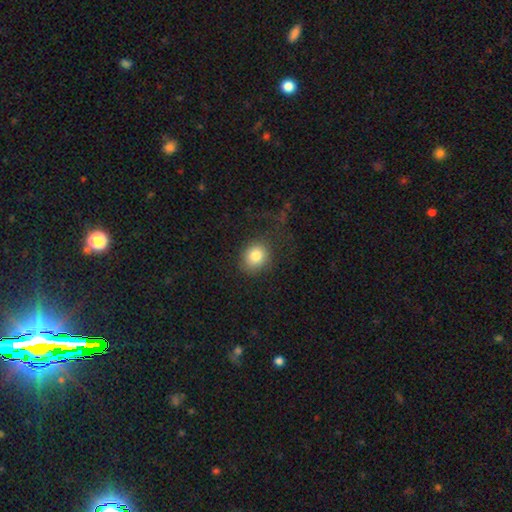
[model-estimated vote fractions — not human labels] Smooth or featured? Predicted: smooth (p=0.83). How rounded? Predicted: round (p=0.72). Merging? Predicted: none (p=0.72).